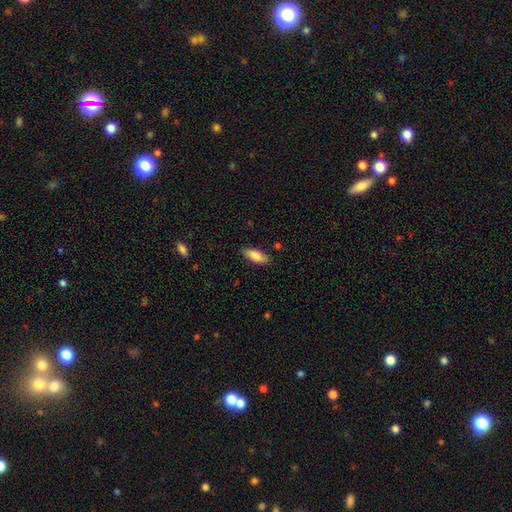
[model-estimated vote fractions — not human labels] A smooth galaxy with no disk features (84%) that is in between round and cigar-shaped (78%). Merging: none (84%).